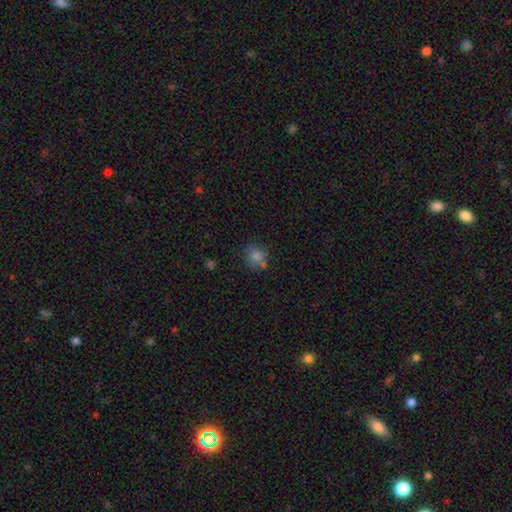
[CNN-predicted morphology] Smooth or featured: smooth — 78% (star or artifact — 12%)
How rounded: round — 82% (in between — 17%)
Merging: none — 64% (minor disturbance — 17%)